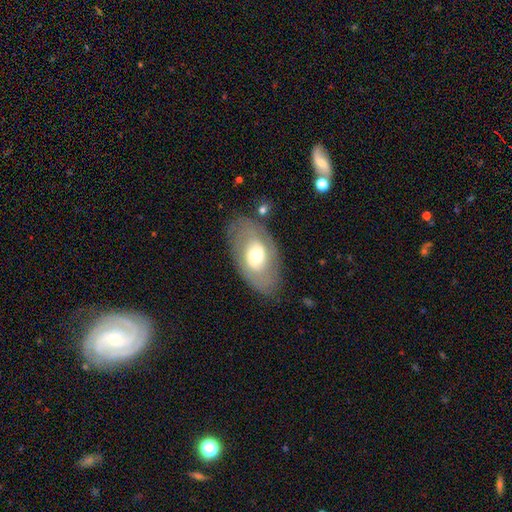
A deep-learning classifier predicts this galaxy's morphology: smooth_or_featured: featured or disk (p=0.50) [alt: smooth p=0.43]
merging: none (p=0.77) [alt: minor disturbance p=0.14]